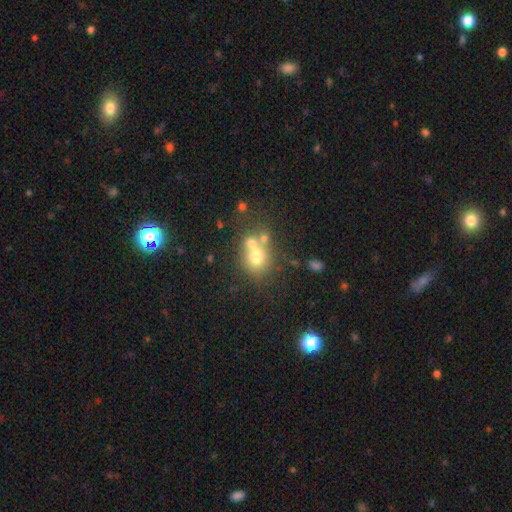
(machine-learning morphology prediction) Overall: smooth (66%). How rounded: round (71%). Merging: merger (45%; none 41%).